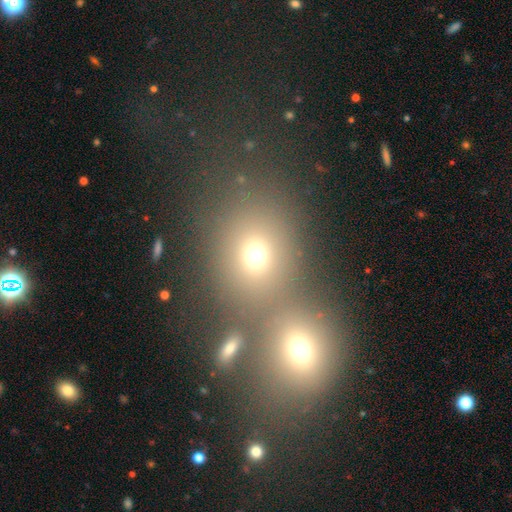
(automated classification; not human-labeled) Smooth or featured?
  - smooth: 70% *
  - star or artifact: 18%
  - featured or disk: 12%
How rounded?
  - round: 58% *
  - in between: 40%
  - cigar-shaped: 2%
Merging?
  - none: 48% *
  - merger: 39%
  - minor disturbance: 9%
  - major disturbance: 5%